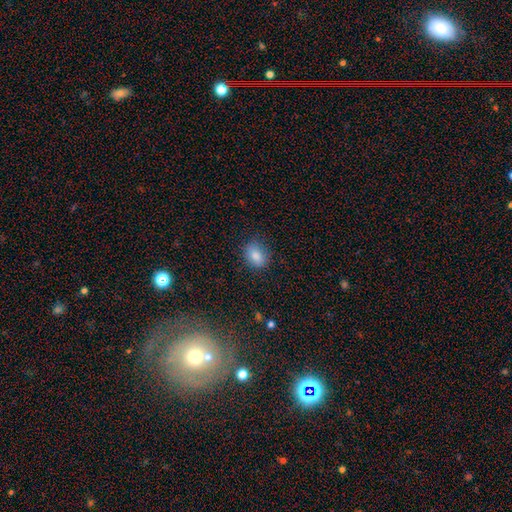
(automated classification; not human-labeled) Smooth or featured? Predicted: smooth (p=0.84). How rounded? Predicted: in between (p=0.66). Merging? Predicted: none (p=0.81).